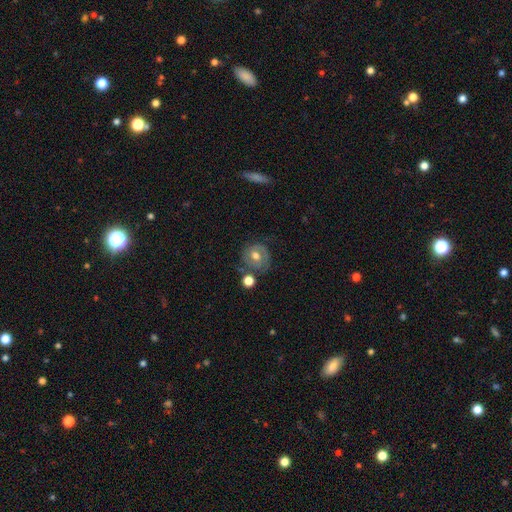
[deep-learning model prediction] Smooth or featured? featured or disk (57%)
Edge-on disk? no (96%)
Bar? no (58%)
Spiral arms? yes (76%)
Bulge size? moderate (76%)
Merging? none (64%)